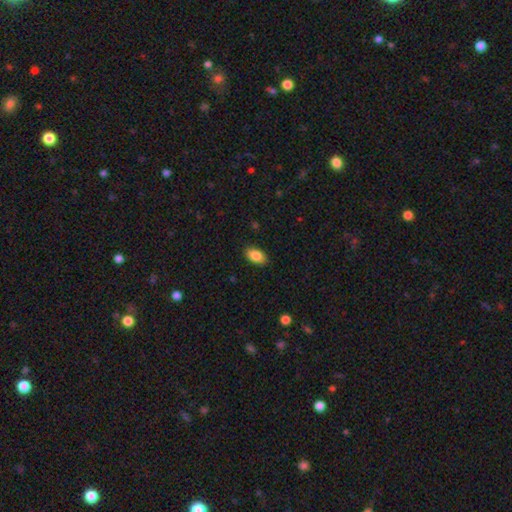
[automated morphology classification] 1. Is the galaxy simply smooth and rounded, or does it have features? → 86% smooth, 7% star or artifact, 7% featured or disk.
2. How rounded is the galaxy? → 93% in between, 5% round, 2% cigar-shaped.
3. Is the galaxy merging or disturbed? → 88% none, 9% minor disturbance, 2% major disturbance, 1% merger.